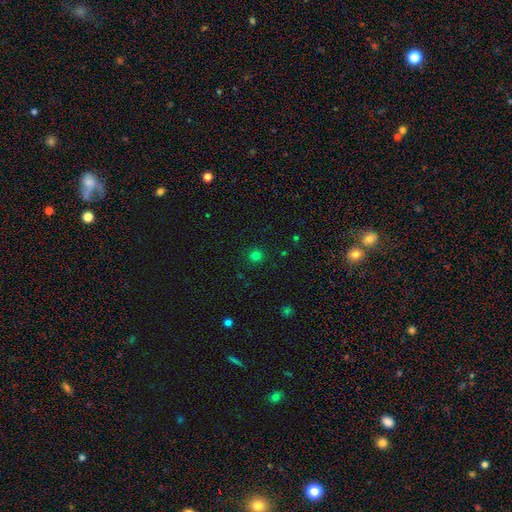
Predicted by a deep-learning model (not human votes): This is likely a smooth galaxy (77%). How rounded: clearly round (93%). Merging: clearly none (90%).